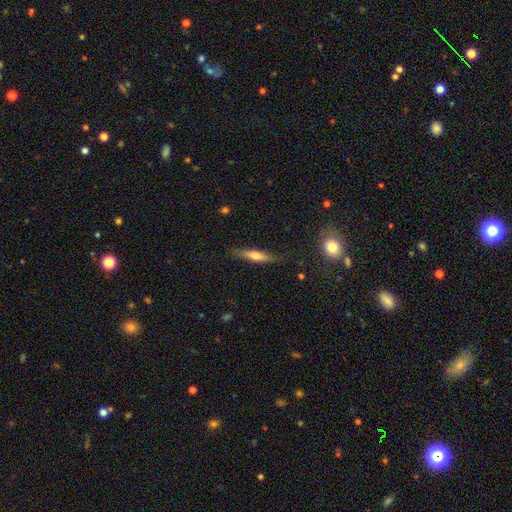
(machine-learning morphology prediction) A smooth galaxy with no disk features (48%).

Vote fractions:
- Smooth or featured? smooth: 48% / featured or disk: 45% / star or artifact: 7%
- Merging? none: 81% / minor disturbance: 14% / major disturbance: 3% / merger: 1%